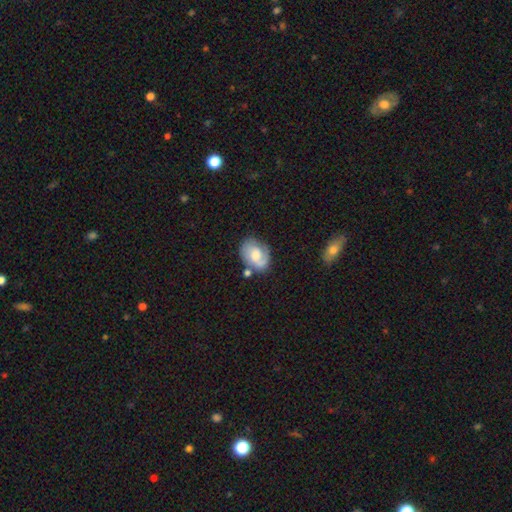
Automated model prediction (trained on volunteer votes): This appears to be a featured or disk galaxy (61%) with no bar (60%), 2 (51%) medium (40%, tied with tight) spiral arms (86%) and a moderate central bulge (53%). Merging: none (59%).